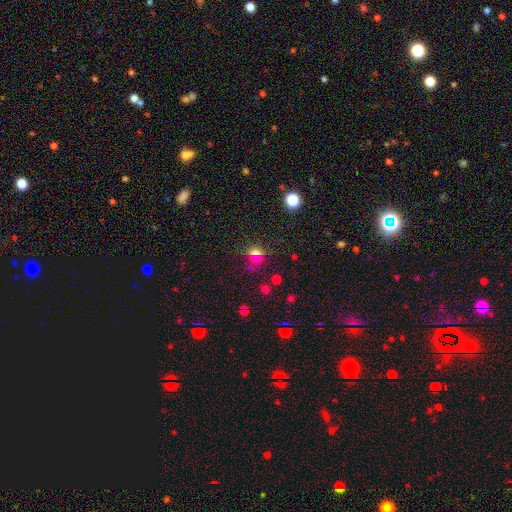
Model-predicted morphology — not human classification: Overall: smooth (53%; star or artifact 36%). How rounded: round (71%). Merging: none (58%; merger 22%).